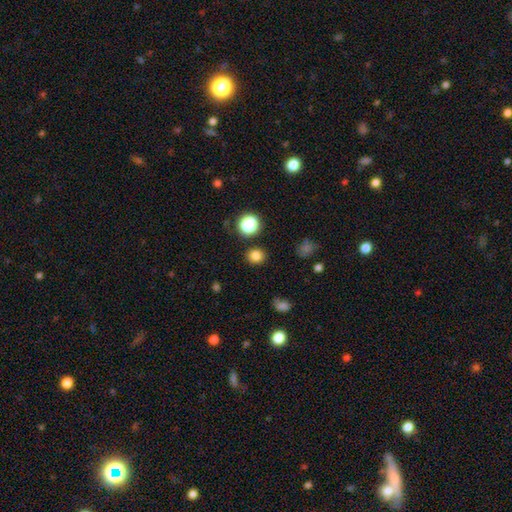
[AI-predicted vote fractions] Smooth or featured? smooth (80%)
How rounded? round (85%)
Merging? none (89%)